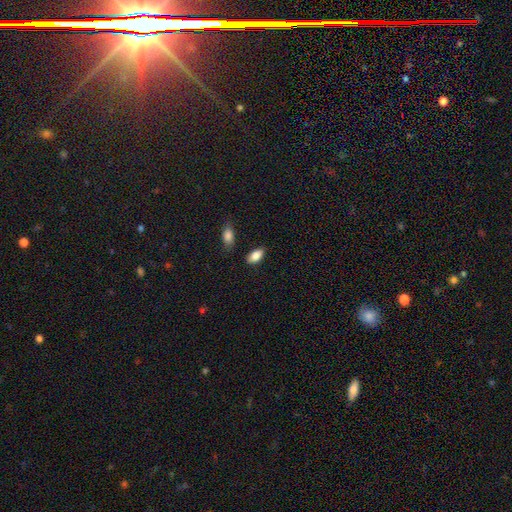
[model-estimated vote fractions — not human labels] smooth_or_featured: smooth (p=0.86) [alt: featured or disk p=0.07]
how_rounded: in between (p=0.91) [alt: cigar-shaped p=0.05]
merging: none (p=0.84) [alt: minor disturbance p=0.11]